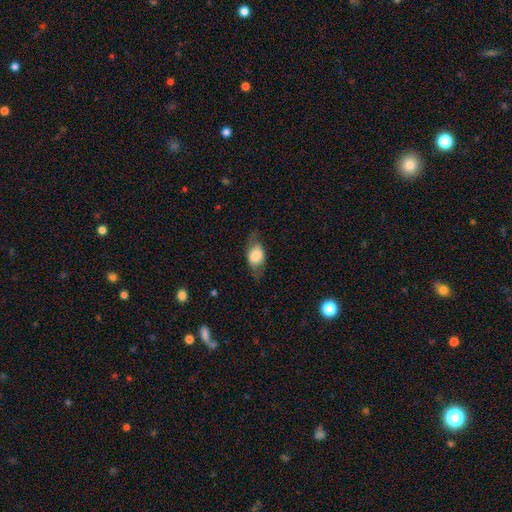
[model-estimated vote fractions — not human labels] This appears to be a smooth galaxy with no disk features (64%) that is in between round and cigar-shaped (78%). Merging: none (70%).